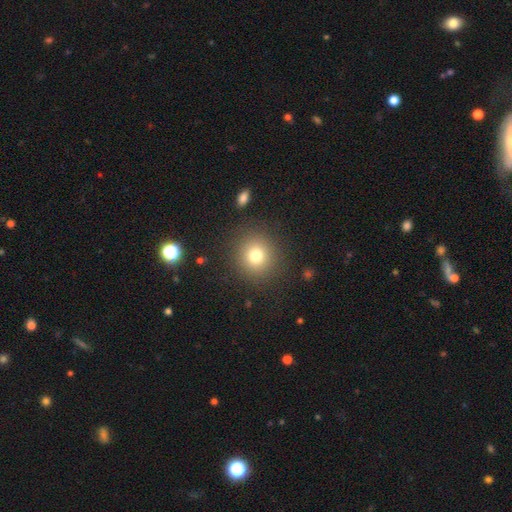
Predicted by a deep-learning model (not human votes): Smooth or featured? Predicted: smooth (p=0.77). How rounded? Predicted: round (p=0.90). Merging? Predicted: none (p=0.88).